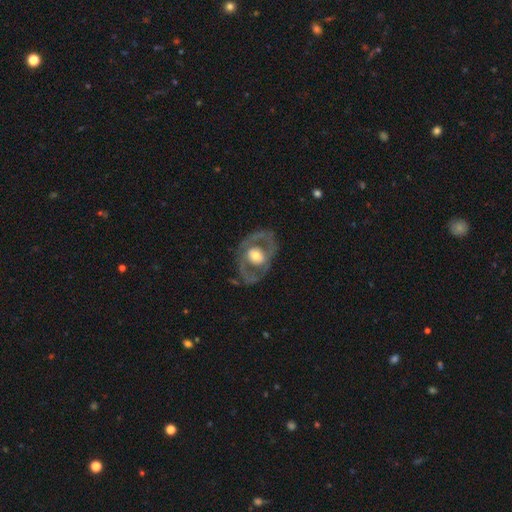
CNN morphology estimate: Smooth or featured? featured or disk (71%)
Edge-on disk? no (94%)
Bar? no (70%)
Spiral arms? no (57%)
Bulge size? moderate (59%)
Merging? none (72%)